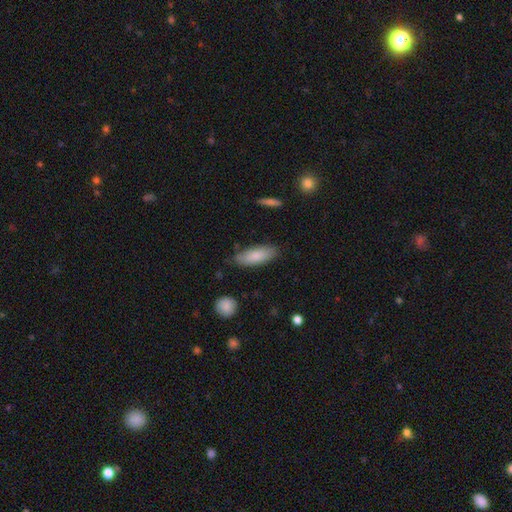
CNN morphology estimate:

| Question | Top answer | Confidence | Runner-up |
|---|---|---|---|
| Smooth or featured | smooth | 82% | featured or disk (12%) |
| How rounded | in between | 68% | cigar-shaped (31%) |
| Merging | none | 80% | minor disturbance (15%) |